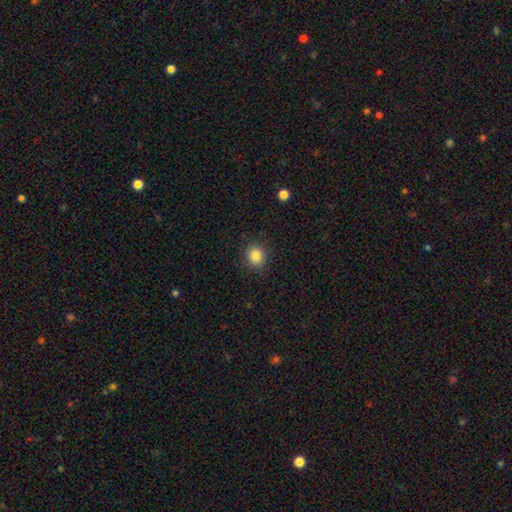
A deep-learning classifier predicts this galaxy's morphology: A smooth galaxy with no disk features (84%) that is round (78%).

Vote fractions:
- Smooth or featured? smooth: 84% / star or artifact: 11% / featured or disk: 5%
- How rounded? round: 78% / in between: 22% / cigar-shaped: 1%
- Merging? none: 89% / minor disturbance: 7% / major disturbance: 2% / merger: 1%